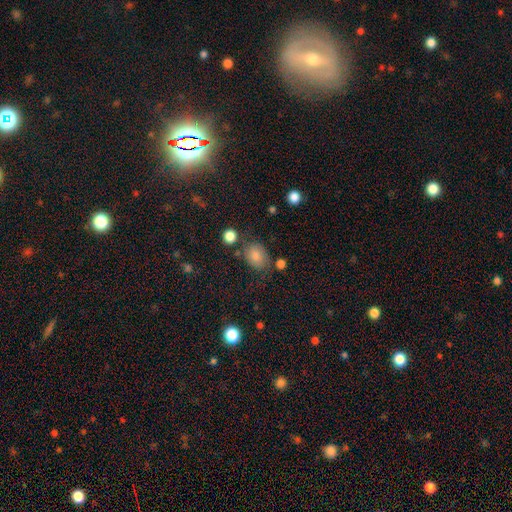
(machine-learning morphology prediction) smooth_or_featured: smooth (p=0.80) [alt: star or artifact p=0.10]
how_rounded: in between (p=0.64) [alt: round p=0.35]
merging: none (p=0.67) [alt: minor disturbance p=0.19]